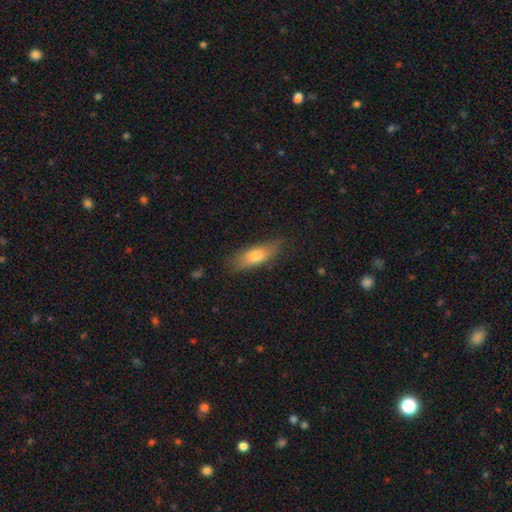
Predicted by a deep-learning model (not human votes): Smooth or featured: smooth — 72% (featured or disk — 21%)
How rounded: in between — 56% (cigar-shaped — 42%)
Merging: none — 78% (minor disturbance — 17%)